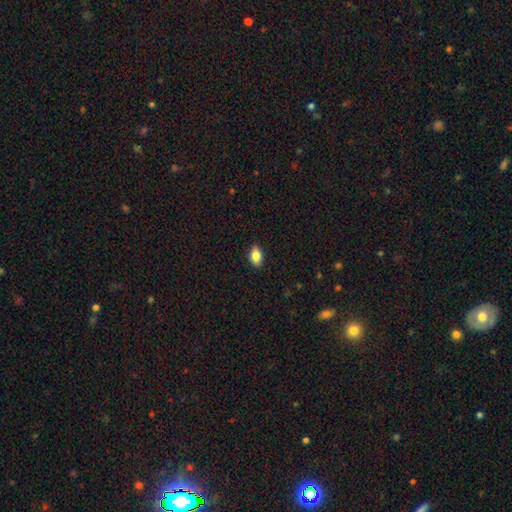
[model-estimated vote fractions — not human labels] Smooth or featured? smooth (81%)
How rounded? in between (88%)
Merging? none (88%)